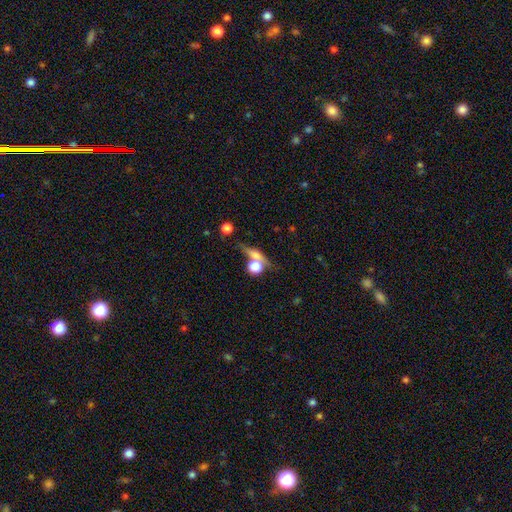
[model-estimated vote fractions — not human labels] The model was most divided on "how rounded": round: 42%, cigar-shaped: 32%, in between: 26%. More confident: smooth or featured — smooth (54%); merging — none (50%).